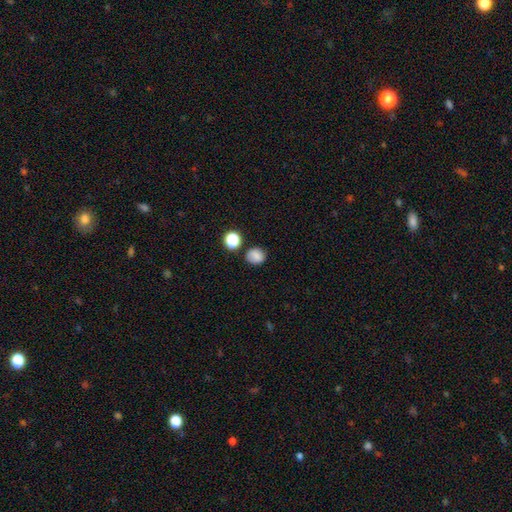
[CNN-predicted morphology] Smooth or featured: smooth — 80% (star or artifact — 12%)
How rounded: round — 76% (in between — 23%)
Merging: none — 80% (minor disturbance — 12%)